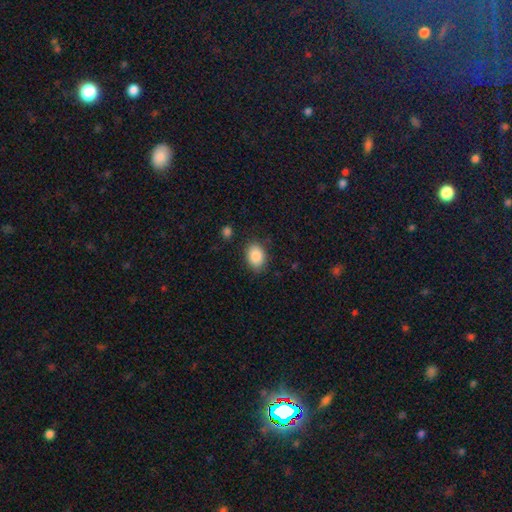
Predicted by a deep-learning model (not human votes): The model was most divided on "how rounded": in between: 75%, round: 24%, cigar-shaped: 1%. More confident: smooth or featured — smooth (88%); merging — none (83%).